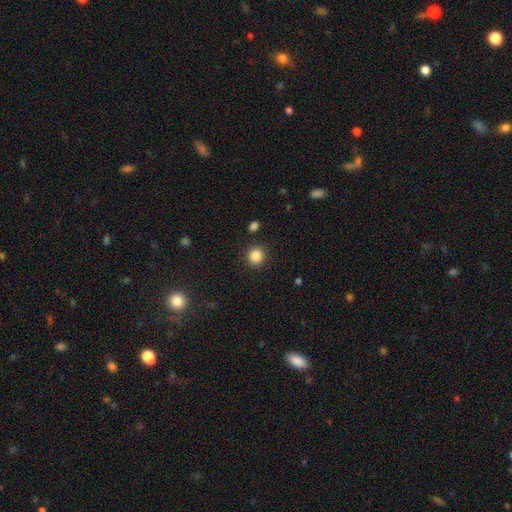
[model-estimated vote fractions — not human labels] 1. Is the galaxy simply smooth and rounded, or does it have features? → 86% smooth, 10% star or artifact, 4% featured or disk.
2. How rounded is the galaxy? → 89% round, 10% in between, 1% cigar-shaped.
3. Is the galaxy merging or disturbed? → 89% none, 6% minor disturbance, 2% major disturbance, 2% merger.